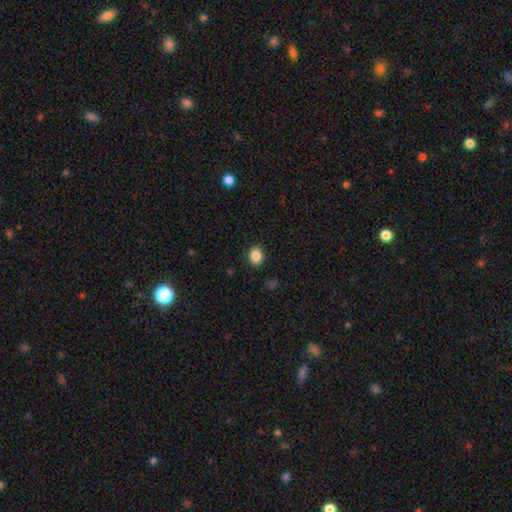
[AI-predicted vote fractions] This appears to be a smooth galaxy with no disk features (87%) that is in between round and cigar-shaped (51%). Merging: none (89%).